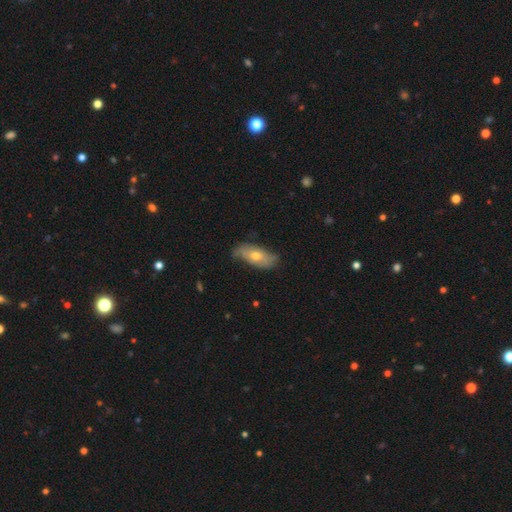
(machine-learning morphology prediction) A smooth galaxy with no disk features (52%) that is in between round and cigar-shaped (80%). Merging: none (67%).